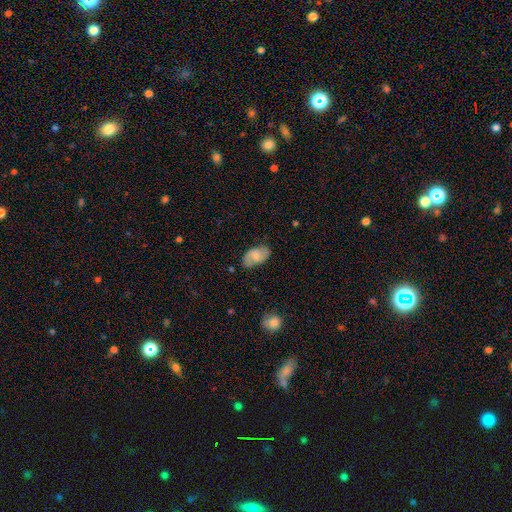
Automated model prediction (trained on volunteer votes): Morphology: type=smooth (57%); roundness=in between (94%); merging=none (74%).